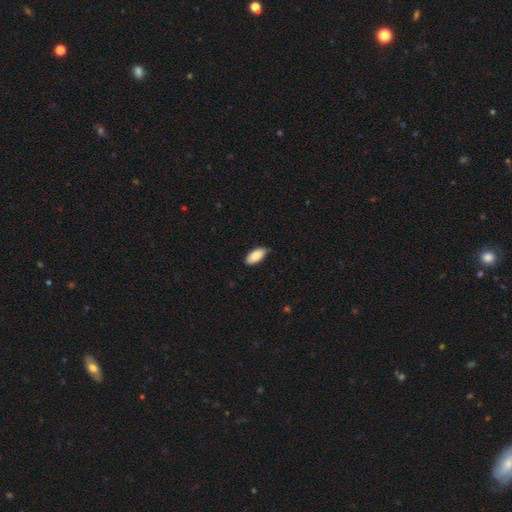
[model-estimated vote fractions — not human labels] A smooth galaxy with no disk features (88%) that is in between round and cigar-shaped (92%). Merging: none (81%).